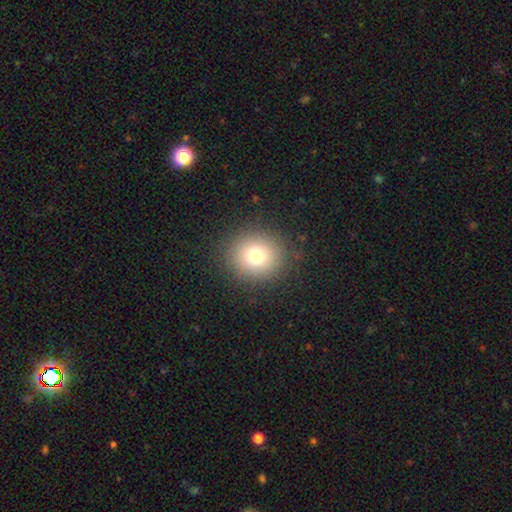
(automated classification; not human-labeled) The model was most divided on "smooth or featured": smooth: 75%, star or artifact: 14%, featured or disk: 11%. More confident: how rounded — round (88%); merging — none (87%).